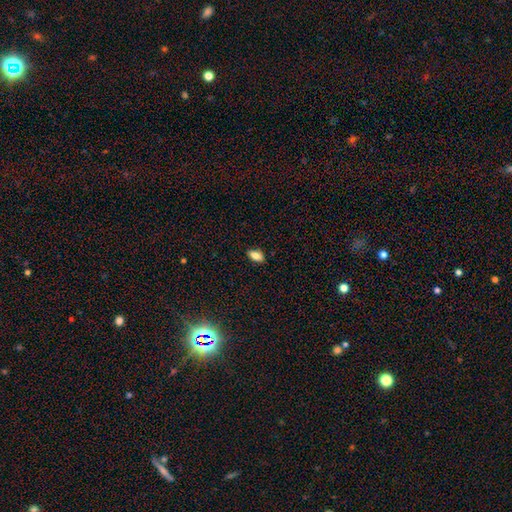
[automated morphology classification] Smooth or featured: smooth — 75% (featured or disk — 15%)
How rounded: in between — 87% (cigar-shaped — 8%)
Merging: none — 87% (minor disturbance — 10%)